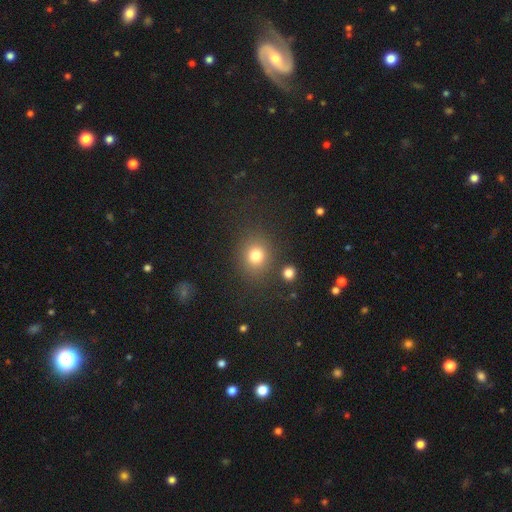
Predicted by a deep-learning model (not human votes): Q: Smooth or featured?
A: smooth (78%); runner-up: star or artifact (15%)
Q: How rounded?
A: round (75%); runner-up: in between (24%)
Q: Merging?
A: none (81%); runner-up: minor disturbance (10%)